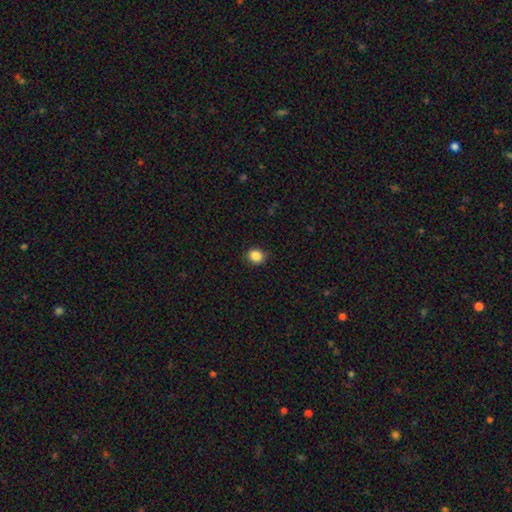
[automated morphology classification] type=smooth (87%); roundness=round (73%); merging=none (86%).